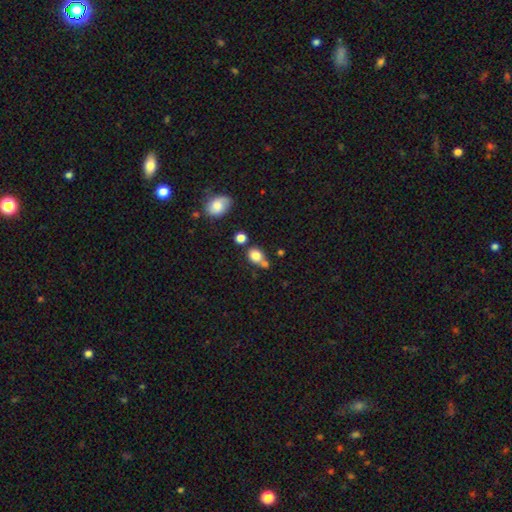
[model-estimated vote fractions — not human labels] Smooth or featured?
  - smooth: 81% *
  - star or artifact: 11%
  - featured or disk: 9%
How rounded?
  - round: 58% *
  - in between: 40%
  - cigar-shaped: 1%
Merging?
  - none: 50% *
  - merger: 28%
  - minor disturbance: 16%
  - major disturbance: 6%